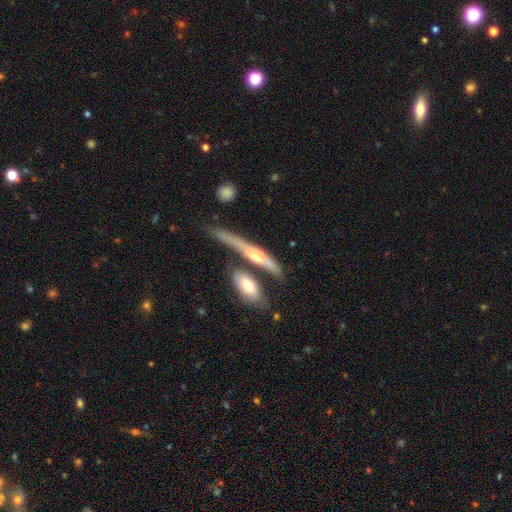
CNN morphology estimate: The model was most divided on "smooth or featured": featured or disk: 62%, smooth: 31%, star or artifact: 7%. More confident: edge-on disk — yes (90%); edge-on bulge — rounded (74%); merging — none (57%).